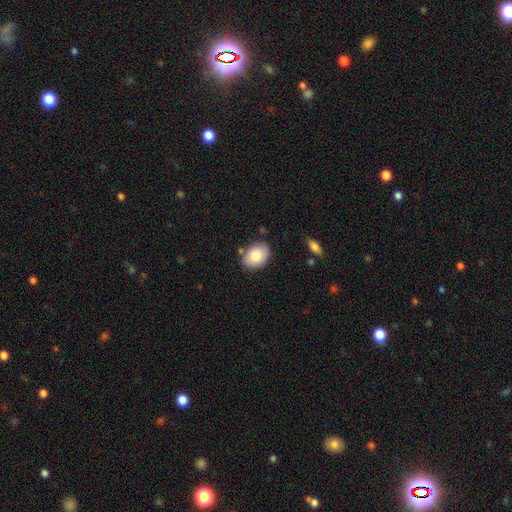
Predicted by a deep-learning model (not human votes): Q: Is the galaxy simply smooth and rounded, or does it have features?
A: smooth — 80%.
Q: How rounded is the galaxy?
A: in between — 77%.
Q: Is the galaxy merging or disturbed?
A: none — 81%.